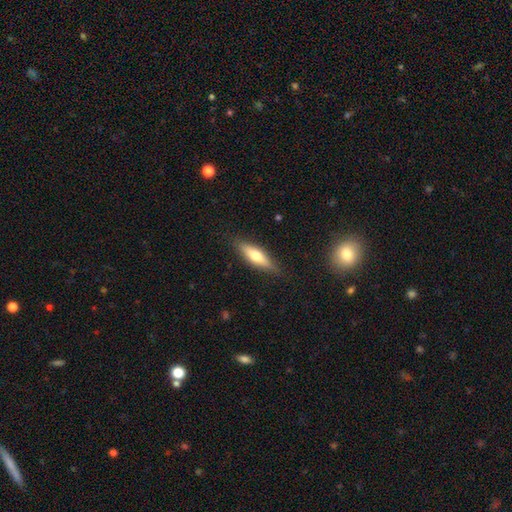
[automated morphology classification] type=smooth (57%); roundness=cigar-shaped (61%); merging=none (85%).